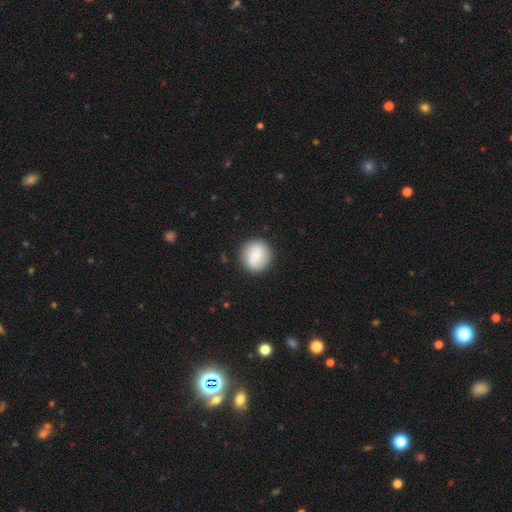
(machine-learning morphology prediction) Smooth or featured?
  - smooth: 76% *
  - featured or disk: 17%
  - star or artifact: 7%
How rounded?
  - round: 91% *
  - in between: 8%
  - cigar-shaped: 1%
Merging?
  - none: 88% *
  - minor disturbance: 8%
  - major disturbance: 3%
  - merger: 1%